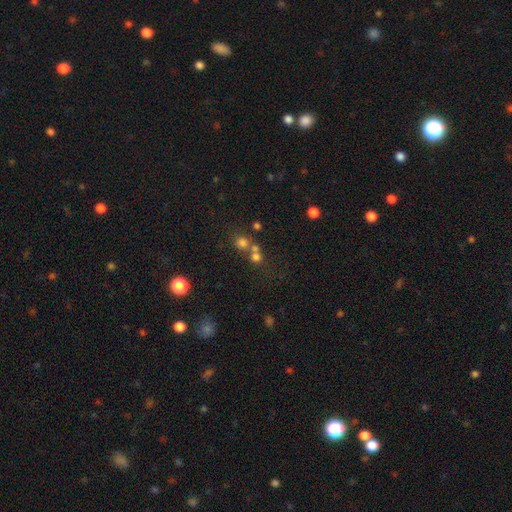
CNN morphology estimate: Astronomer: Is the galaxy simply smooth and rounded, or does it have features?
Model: smooth — 62%.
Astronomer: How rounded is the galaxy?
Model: round — 87%.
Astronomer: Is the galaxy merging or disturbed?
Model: none — 48% (runner-up: merger, 42%).